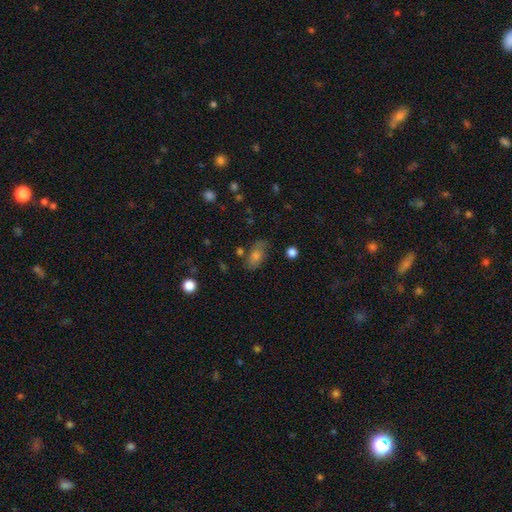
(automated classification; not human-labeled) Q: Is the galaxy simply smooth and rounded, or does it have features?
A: smooth — 60%.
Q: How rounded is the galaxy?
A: in between — 84%.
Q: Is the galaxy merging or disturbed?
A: none — 66%.